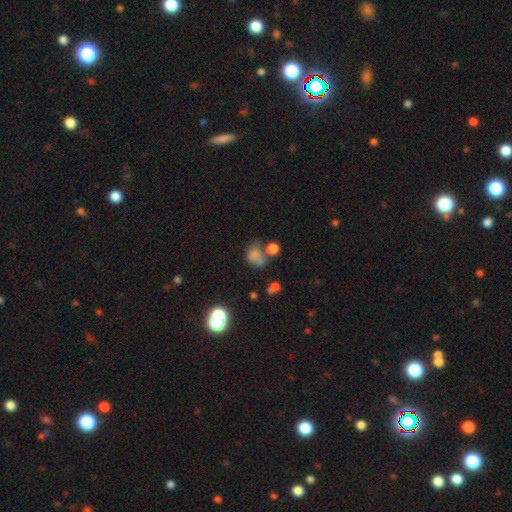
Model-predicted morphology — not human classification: Overall: smooth (66%). How rounded: in between (51%; round 47%). Merging: none (32%; merger 31%).